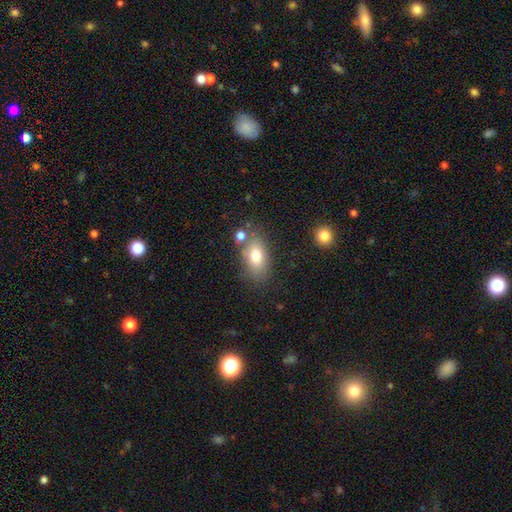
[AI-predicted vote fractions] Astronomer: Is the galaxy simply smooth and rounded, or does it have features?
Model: smooth — 77%.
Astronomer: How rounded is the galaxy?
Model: in between — 87%.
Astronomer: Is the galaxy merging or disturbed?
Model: none — 69%.